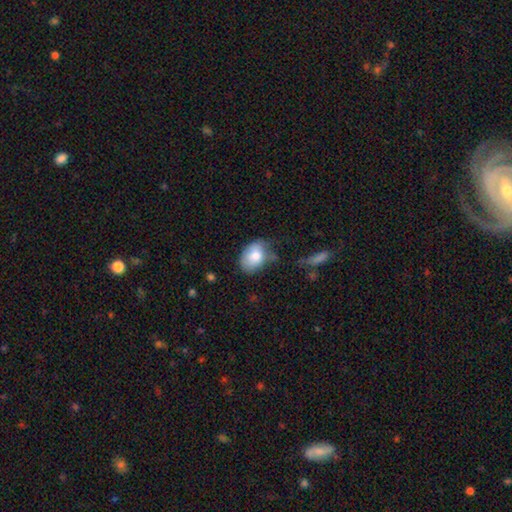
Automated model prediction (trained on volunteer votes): Smooth or featured: smooth — 79% (featured or disk — 13%)
How rounded: in between — 76% (round — 23%)
Merging: none — 52% (minor disturbance — 32%)